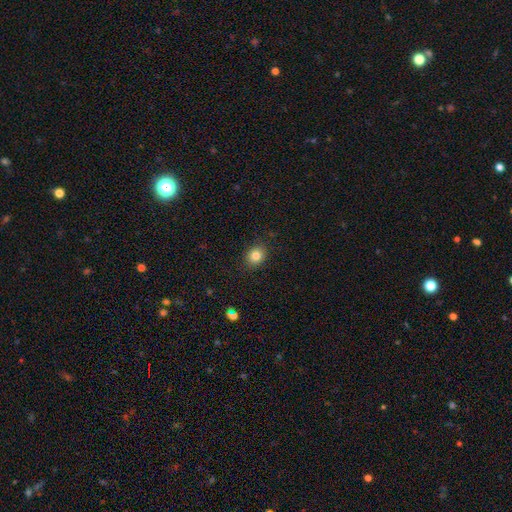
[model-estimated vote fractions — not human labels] Smooth or featured: smooth — 83% (star or artifact — 11%)
How rounded: round — 60% (in between — 39%)
Merging: none — 87% (minor disturbance — 9%)